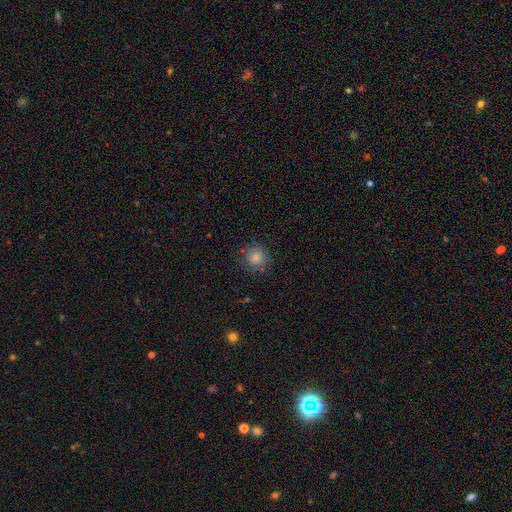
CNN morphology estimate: Smooth or featured? smooth (72%)
How rounded? round (93%)
Merging? none (85%)